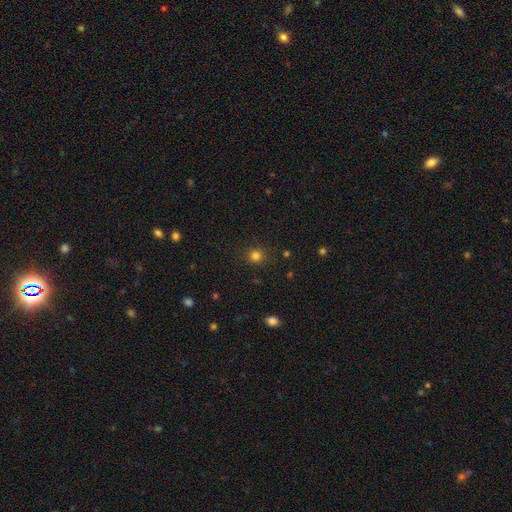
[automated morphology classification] This appears to be a smooth galaxy with no disk features (80%) that is round (90%). Merging: none (88%).